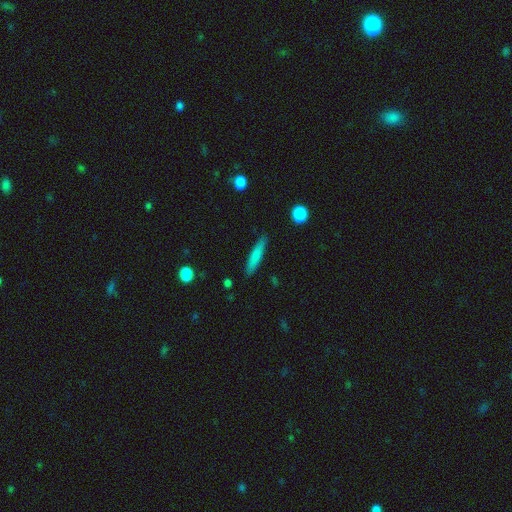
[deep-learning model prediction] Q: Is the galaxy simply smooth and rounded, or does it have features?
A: smooth — 75%.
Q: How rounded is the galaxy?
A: cigar-shaped — 88%.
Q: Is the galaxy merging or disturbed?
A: none — 87%.